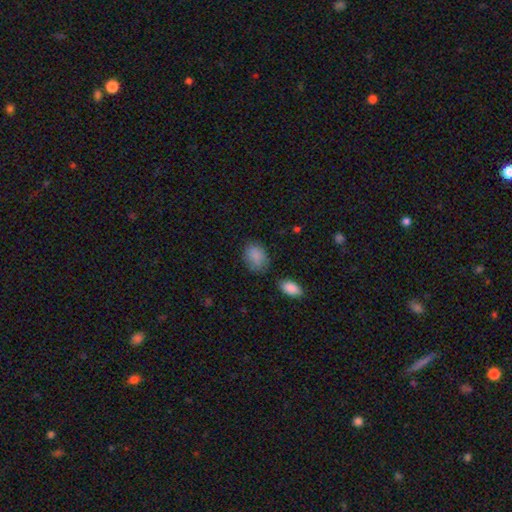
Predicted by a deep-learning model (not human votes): A smooth galaxy with no disk features (86%) that is in between round and cigar-shaped (74%).

Vote fractions:
- Smooth or featured? smooth: 86% / star or artifact: 8% / featured or disk: 5%
- How rounded? in between: 74% / round: 25% / cigar-shaped: 1%
- Merging? none: 70% / minor disturbance: 21% / major disturbance: 5% / merger: 4%